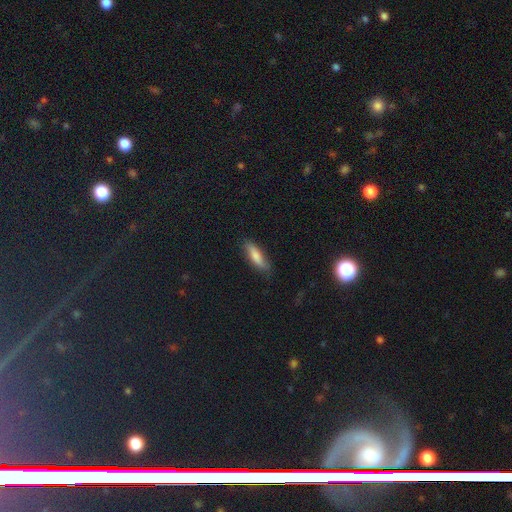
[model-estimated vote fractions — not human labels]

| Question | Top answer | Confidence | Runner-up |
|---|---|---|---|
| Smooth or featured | smooth | 74% | featured or disk (19%) |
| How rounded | cigar-shaped | 58% | in between (40%) |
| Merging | none | 75% | minor disturbance (20%) |